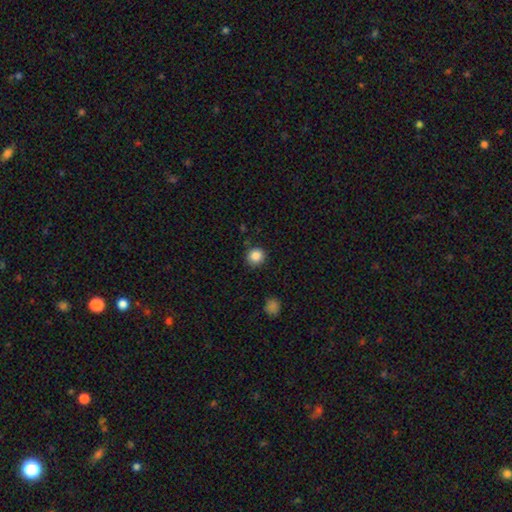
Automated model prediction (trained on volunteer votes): Smooth or featured: smooth — 86% (star or artifact — 10%)
How rounded: round — 91% (in between — 8%)
Merging: none — 87% (minor disturbance — 9%)